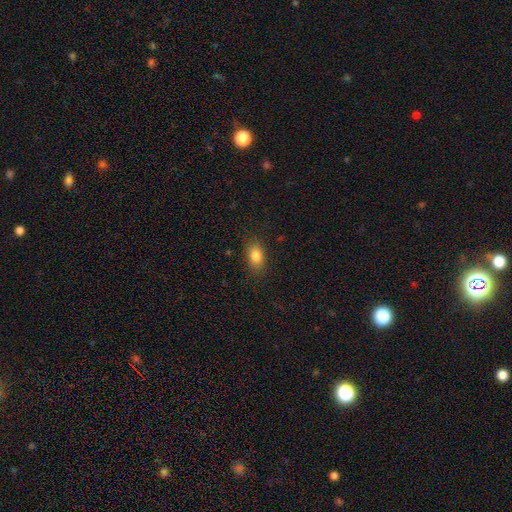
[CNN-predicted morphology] The model was most divided on "merging": none: 85%, minor disturbance: 11%, major disturbance: 3%, merger: 1%. More confident: how rounded — in between (85%); smooth or featured — smooth (83%).